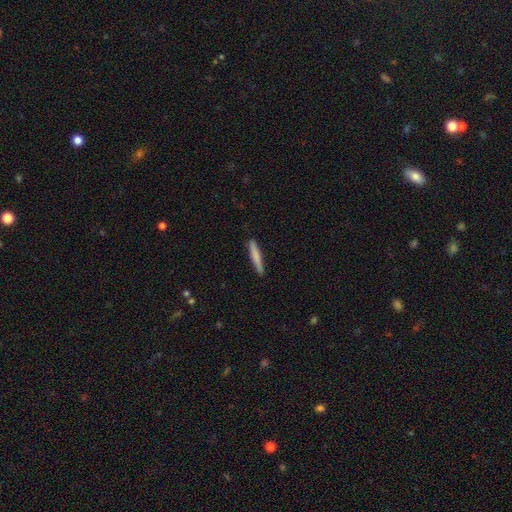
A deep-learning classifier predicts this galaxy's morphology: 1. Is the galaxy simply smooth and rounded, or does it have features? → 77% smooth, 18% featured or disk, 5% star or artifact.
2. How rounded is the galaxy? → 93% cigar-shaped, 6% in between, 1% round.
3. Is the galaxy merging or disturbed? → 88% none, 9% minor disturbance, 2% major disturbance, 1% merger.